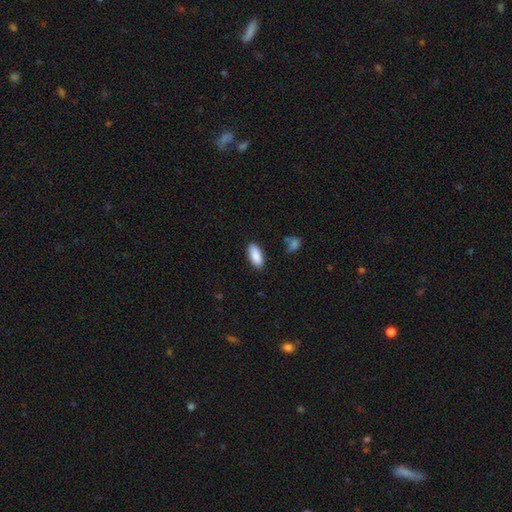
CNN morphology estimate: This is clearly a smooth galaxy (90%). How rounded: clearly in between (87%). Merging: clearly none (86%).